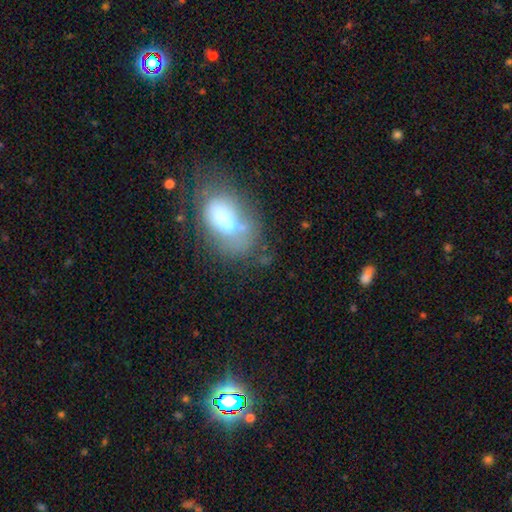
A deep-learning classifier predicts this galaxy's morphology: Smooth or featured?
  - smooth: 53% *
  - featured or disk: 32%
  - star or artifact: 16%
How rounded?
  - in between: 86% *
  - round: 9%
  - cigar-shaped: 5%
Merging?
  - none: 49% *
  - minor disturbance: 24%
  - major disturbance: 15%
  - merger: 13%